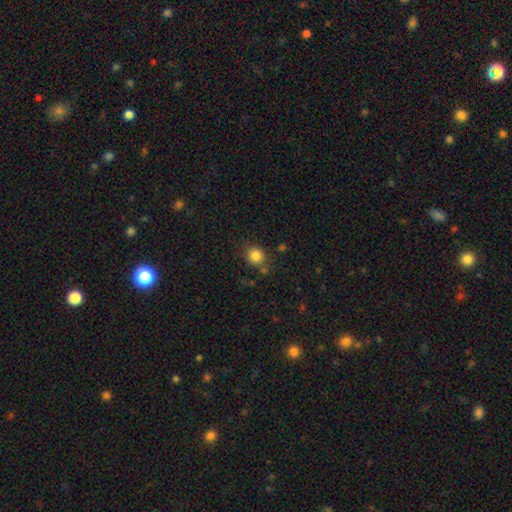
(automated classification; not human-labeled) The model was most divided on "how rounded": round: 80%, in between: 19%, cigar-shaped: 1%. More confident: smooth or featured — smooth (84%); merging — none (79%).